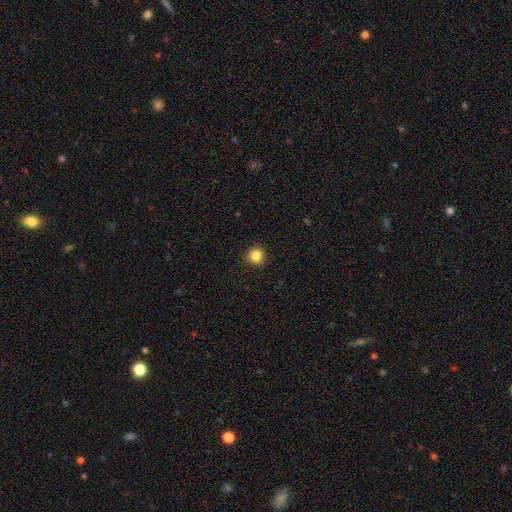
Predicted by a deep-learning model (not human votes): A smooth galaxy with no disk features (84%) that is round (85%). Merging: none (88%).